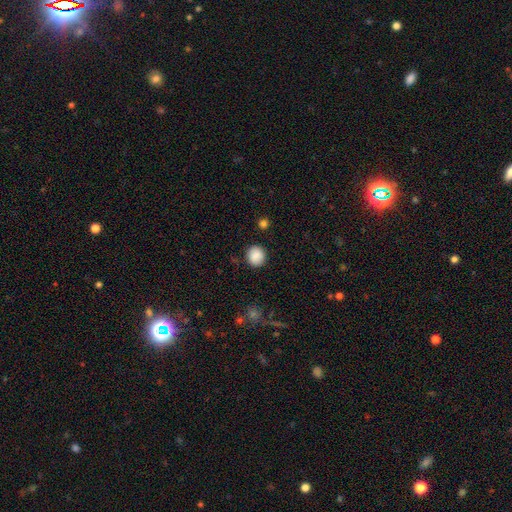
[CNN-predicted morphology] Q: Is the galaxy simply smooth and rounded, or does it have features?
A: smooth — 88%.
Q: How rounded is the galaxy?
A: round — 86%.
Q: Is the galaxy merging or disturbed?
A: none — 88%.